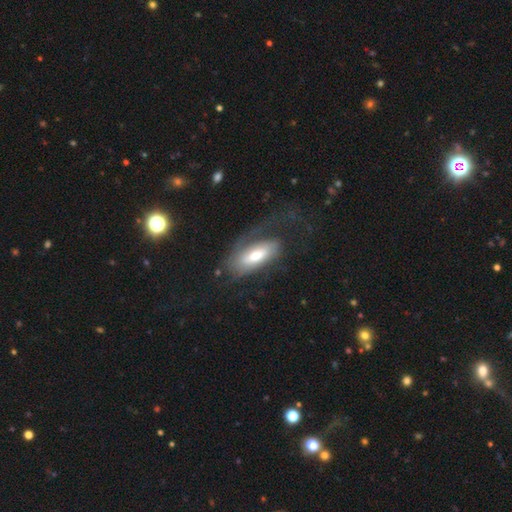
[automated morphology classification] Smooth or featured: featured or disk — 53% (smooth — 41%)
Edge-on disk: no — 85% (yes — 15%)
Merging: none — 44% (major disturbance — 35%)